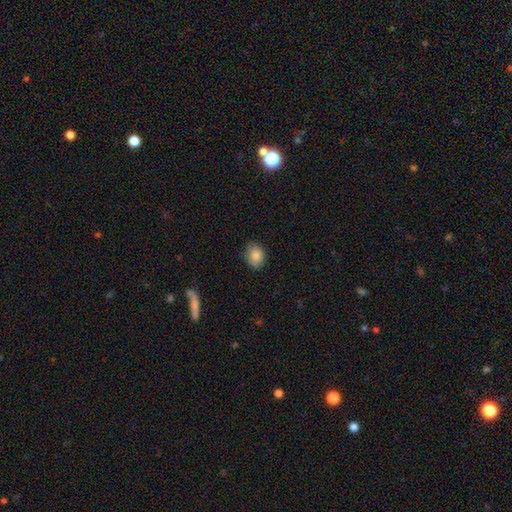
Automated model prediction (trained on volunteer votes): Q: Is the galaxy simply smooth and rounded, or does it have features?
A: smooth — 86%.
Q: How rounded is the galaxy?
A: in between — 57%.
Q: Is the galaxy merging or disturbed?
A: none — 80%.